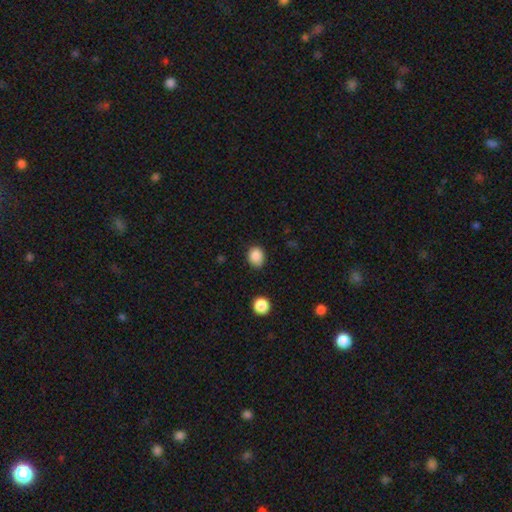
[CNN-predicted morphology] Smooth or featured: smooth — 86% (star or artifact — 10%)
How rounded: round — 52% (in between — 47%)
Merging: none — 79% (minor disturbance — 16%)